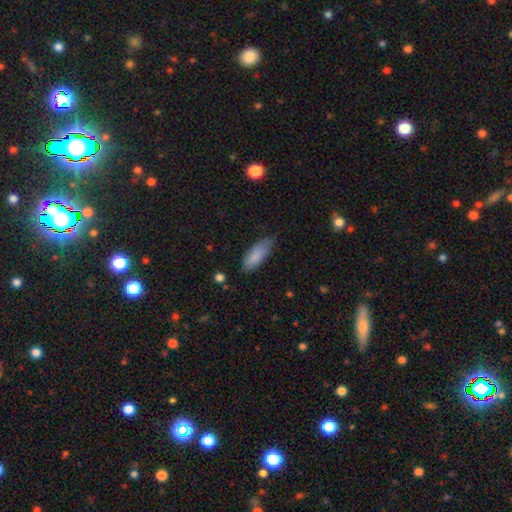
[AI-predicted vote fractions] Q: Smooth or featured?
A: smooth (85%); runner-up: featured or disk (9%)
Q: How rounded?
A: in between (73%); runner-up: cigar-shaped (26%)
Q: Merging?
A: none (69%); runner-up: minor disturbance (25%)